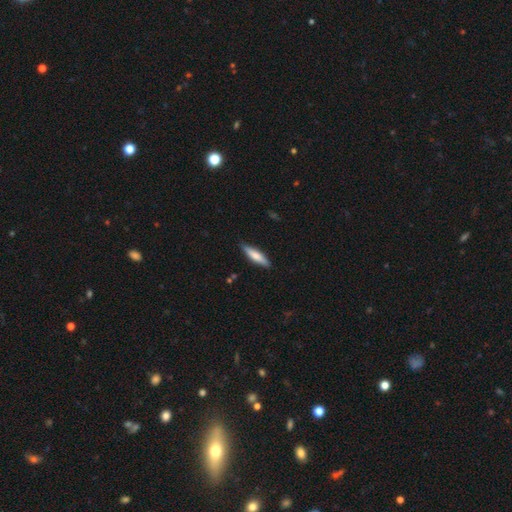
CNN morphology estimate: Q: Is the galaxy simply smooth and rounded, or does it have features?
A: smooth — 69%.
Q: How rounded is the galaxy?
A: cigar-shaped — 75%.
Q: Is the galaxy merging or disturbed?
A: none — 86%.